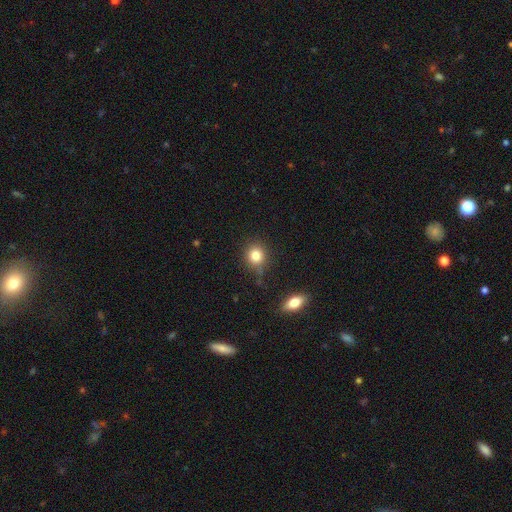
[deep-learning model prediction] Q: Smooth or featured?
A: smooth (82%); runner-up: star or artifact (11%)
Q: How rounded?
A: round (84%); runner-up: in between (14%)
Q: Merging?
A: none (77%); runner-up: minor disturbance (15%)